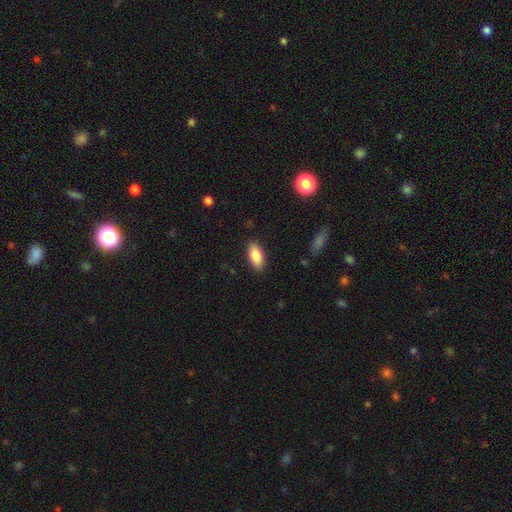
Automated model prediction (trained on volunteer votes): smooth 83%, featured or disk 10%, star or artifact 7%. Down the decision tree: how rounded — in between (88%); merging — none (88%).